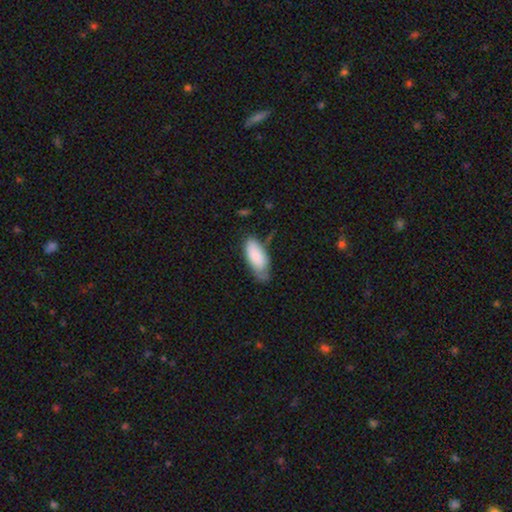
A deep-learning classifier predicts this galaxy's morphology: smooth 81%, featured or disk 13%, star or artifact 6%. Down the decision tree: how rounded — in between (87%); merging — none (52%).